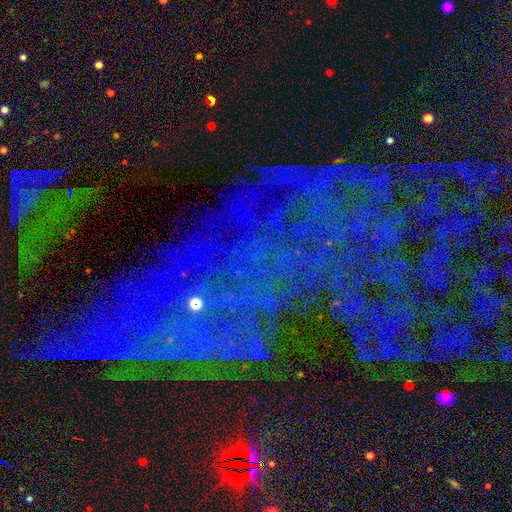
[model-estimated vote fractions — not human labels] Q: Smooth or featured?
A: star or artifact (81%); runner-up: featured or disk (11%)